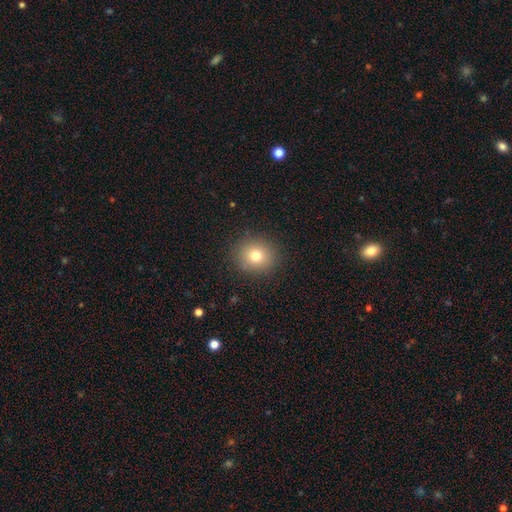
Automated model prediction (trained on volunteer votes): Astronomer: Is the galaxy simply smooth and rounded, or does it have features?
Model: smooth — 76%.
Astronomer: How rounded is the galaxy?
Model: round — 85%.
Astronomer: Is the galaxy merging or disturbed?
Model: none — 89%.